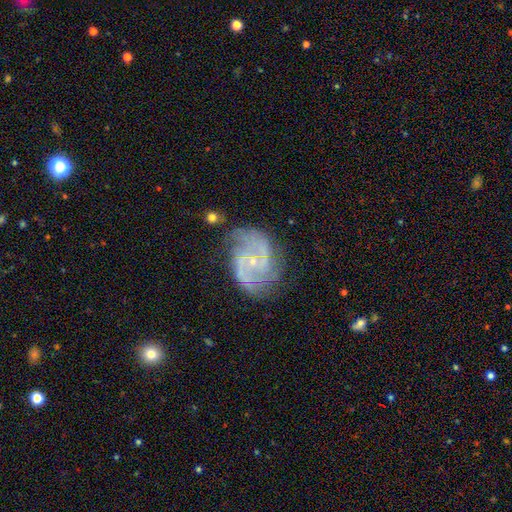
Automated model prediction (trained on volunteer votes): smooth_or_featured: featured or disk (p=0.81) [alt: star or artifact p=0.10]
disk_edge_on: no (p=0.98) [alt: yes p=0.02]
bar: no (p=0.53) [alt: weak p=0.38]
has_spiral_arms: yes (p=0.95) [alt: no p=0.05]
spiral_winding: medium (p=0.48) [alt: tight p=0.33]
spiral_arm_count: 2 (p=0.50) [alt: 3 p=0.17]
bulge_size: small (p=0.78) [alt: moderate p=0.16]
merging: none (p=0.67) [alt: minor disturbance p=0.20]